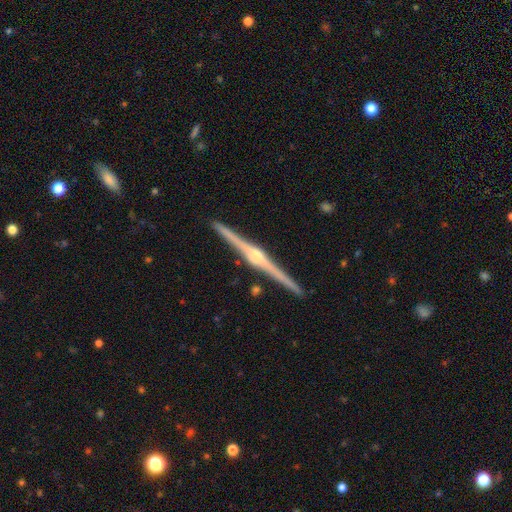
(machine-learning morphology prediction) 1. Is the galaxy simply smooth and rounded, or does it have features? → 87% featured or disk, 8% smooth, 5% star or artifact.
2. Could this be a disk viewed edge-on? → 99% yes, 1% no.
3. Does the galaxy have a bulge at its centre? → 87% rounded, 9% boxy, 4% none.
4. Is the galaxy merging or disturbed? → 90% none, 7% minor disturbance, 1% merger, 1% major disturbance.